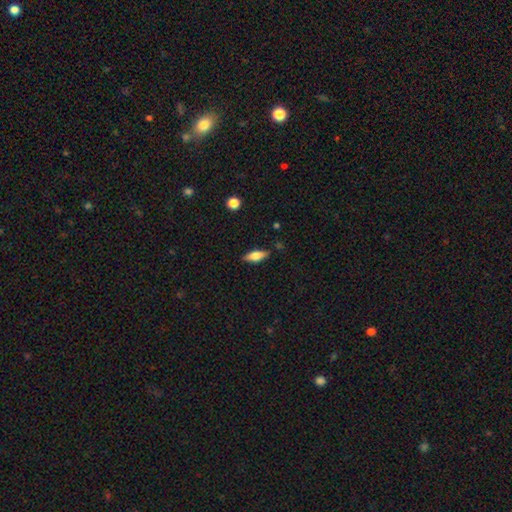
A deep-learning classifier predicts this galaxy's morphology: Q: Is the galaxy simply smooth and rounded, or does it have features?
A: smooth — 65%.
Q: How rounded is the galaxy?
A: in between — 68%.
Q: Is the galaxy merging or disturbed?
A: none — 81%.